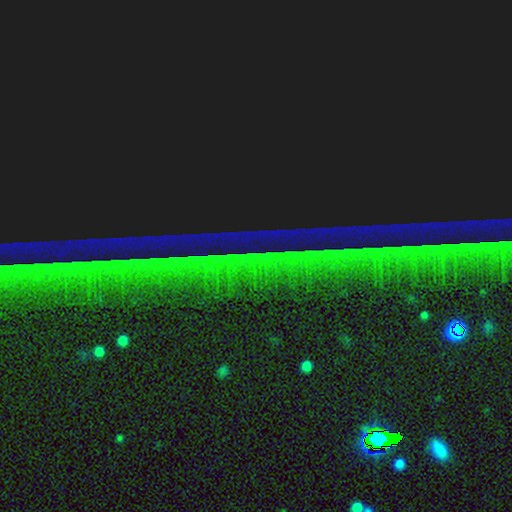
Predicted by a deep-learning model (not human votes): A star or artifact, not a galaxy (88%).

Vote fractions:
- Smooth or featured? star or artifact: 88% / featured or disk: 6% / smooth: 5%